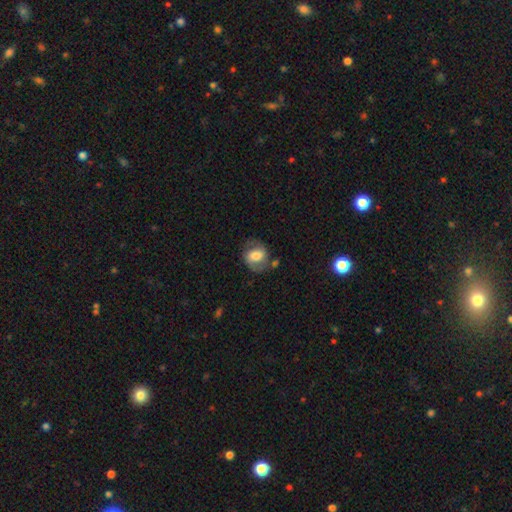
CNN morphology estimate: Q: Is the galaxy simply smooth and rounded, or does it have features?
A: featured or disk — 47%.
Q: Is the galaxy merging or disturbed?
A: none — 62%.